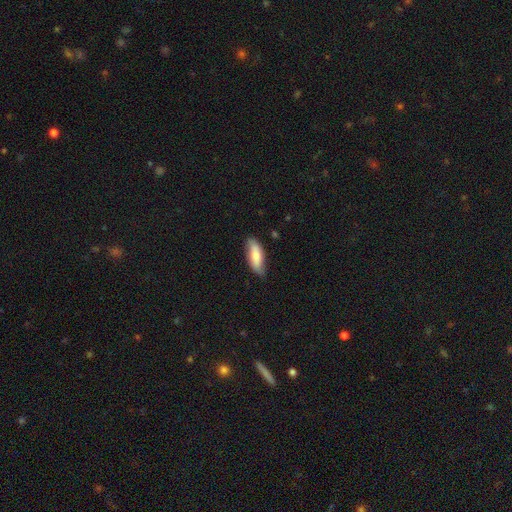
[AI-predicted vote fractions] smooth_or_featured: smooth (p=0.70) [alt: featured or disk p=0.23]
how_rounded: in between (p=0.72) [alt: cigar-shaped p=0.26]
merging: none (p=0.75) [alt: minor disturbance p=0.20]